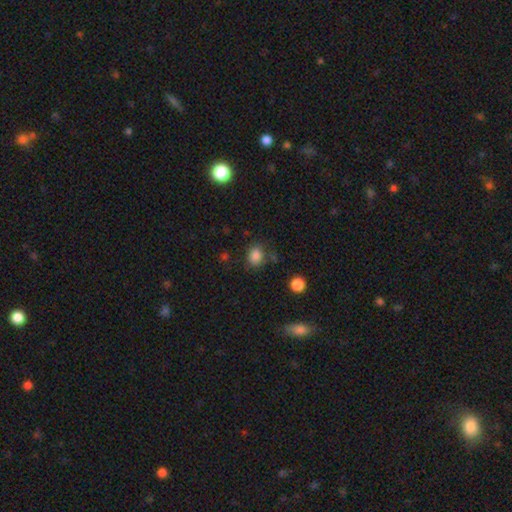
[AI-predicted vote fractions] smooth-or-featured: smooth: 84% | star or artifact: 12% | featured or disk: 5%
  how-rounded: round: 53% | in between: 46% | cigar-shaped: 1%
  merging: none: 73% | minor disturbance: 16% | major disturbance: 6% | merger: 5%